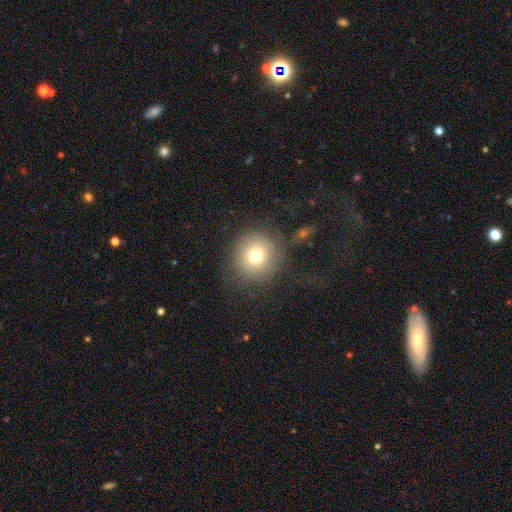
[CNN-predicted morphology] Q: Smooth or featured?
A: smooth (74%); runner-up: featured or disk (14%)
Q: How rounded?
A: round (91%); runner-up: in between (8%)
Q: Merging?
A: none (72%); runner-up: minor disturbance (13%)